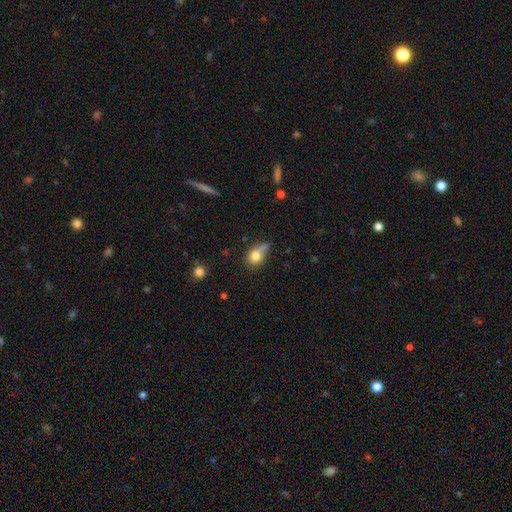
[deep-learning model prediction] smooth 77%, featured or disk 13%, star or artifact 10%. Down the decision tree: how rounded — in between (52%); merging — none (38%).